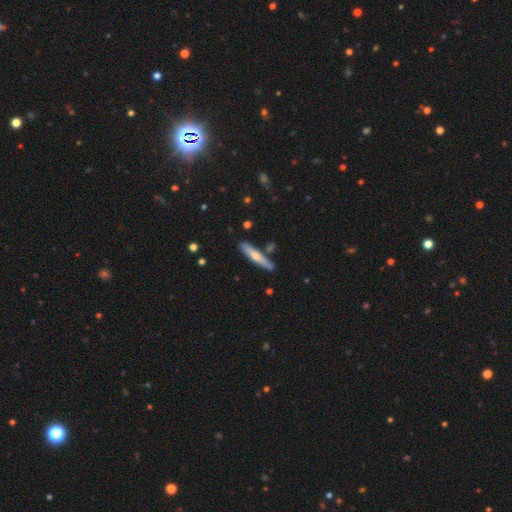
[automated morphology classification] Q: Smooth or featured?
A: smooth (54%); runner-up: featured or disk (41%)
Q: How rounded?
A: cigar-shaped (88%); runner-up: in between (11%)
Q: Merging?
A: none (80%); runner-up: minor disturbance (12%)